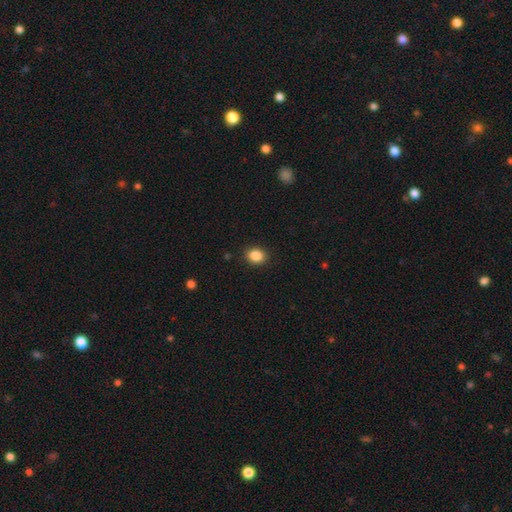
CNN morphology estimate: Smooth or featured?
  - smooth: 86% *
  - star or artifact: 10%
  - featured or disk: 4%
How rounded?
  - round: 57% *
  - in between: 42%
  - cigar-shaped: 1%
Merging?
  - none: 90% *
  - minor disturbance: 7%
  - major disturbance: 2%
  - merger: 1%